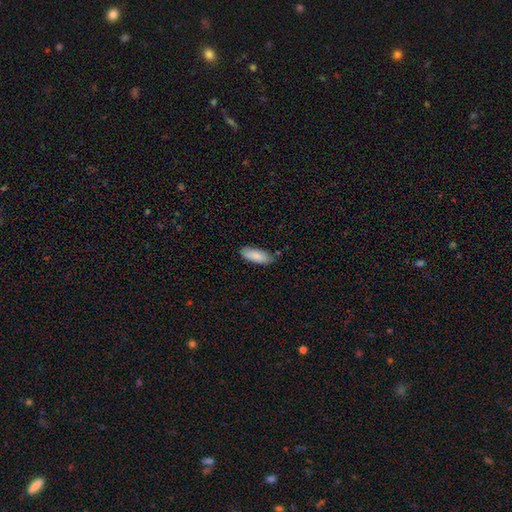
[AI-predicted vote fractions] A smooth galaxy with no disk features (87%) that is in between round and cigar-shaped (69%). Merging: none (78%).